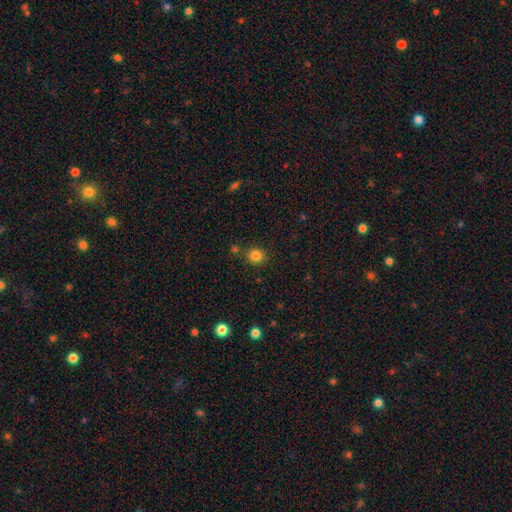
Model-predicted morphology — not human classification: A smooth galaxy with no disk features (83%) that is round (89%).

Vote fractions:
- Smooth or featured? smooth: 83% / star or artifact: 12% / featured or disk: 4%
- How rounded? round: 89% / in between: 10% / cigar-shaped: 1%
- Merging? none: 84% / minor disturbance: 8% / merger: 6% / major disturbance: 3%